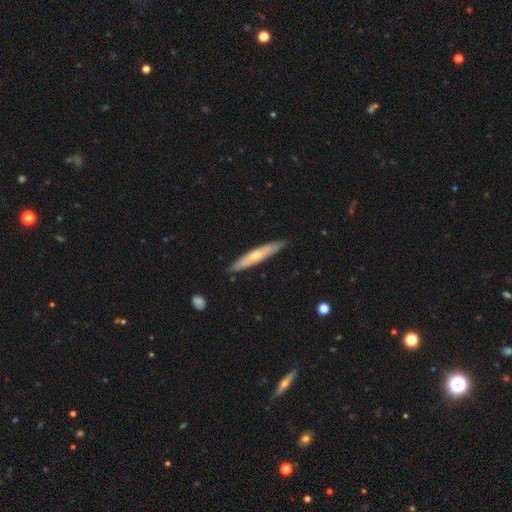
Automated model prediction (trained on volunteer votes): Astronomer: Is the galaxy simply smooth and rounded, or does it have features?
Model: featured or disk — 50% (runner-up: smooth, 44%).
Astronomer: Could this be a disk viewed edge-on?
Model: yes — 84%.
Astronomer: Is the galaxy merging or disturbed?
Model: none — 89%.